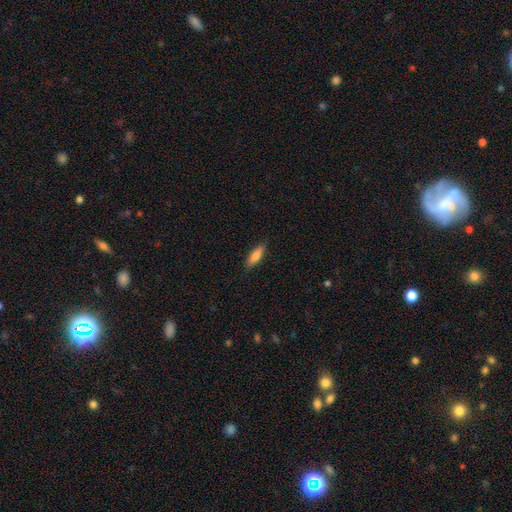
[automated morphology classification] Smooth or featured? Predicted: smooth (p=0.76). How rounded? Predicted: cigar-shaped (p=0.55). Merging? Predicted: none (p=0.87).